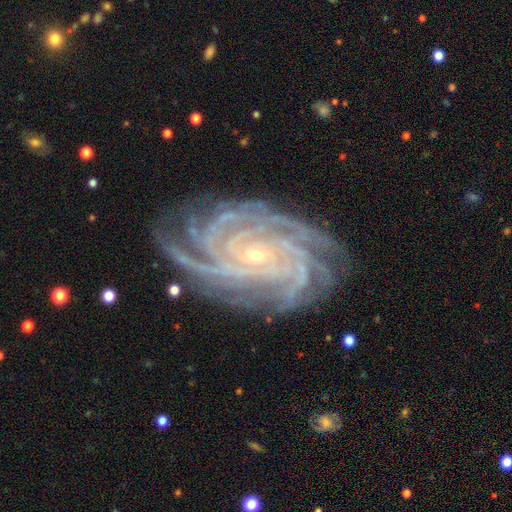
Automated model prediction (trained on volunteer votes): Smooth or featured? Predicted: featured or disk (p=0.92). Edge-on disk? Predicted: no (p=0.98). Bar? Predicted: no (p=0.64). Spiral arms? Predicted: yes (p=0.99). Spiral winding? Predicted: tight (p=0.82). Spiral arm count? Predicted: more than 4 (p=0.34). Bulge size? Predicted: small (p=0.81). Merging? Predicted: none (p=0.82).